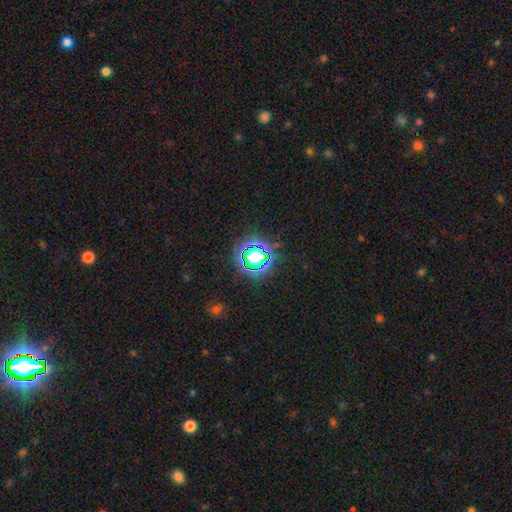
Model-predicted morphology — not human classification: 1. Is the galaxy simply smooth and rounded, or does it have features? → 59% star or artifact, 29% smooth, 12% featured or disk.